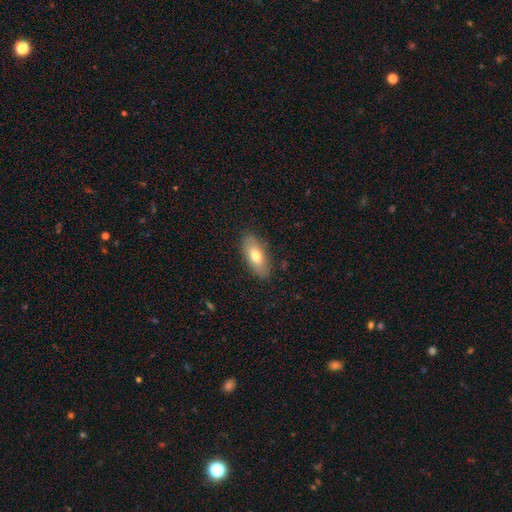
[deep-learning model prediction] This is likely a smooth galaxy (73%). How rounded: clearly in between (86%). Merging: clearly none (85%).